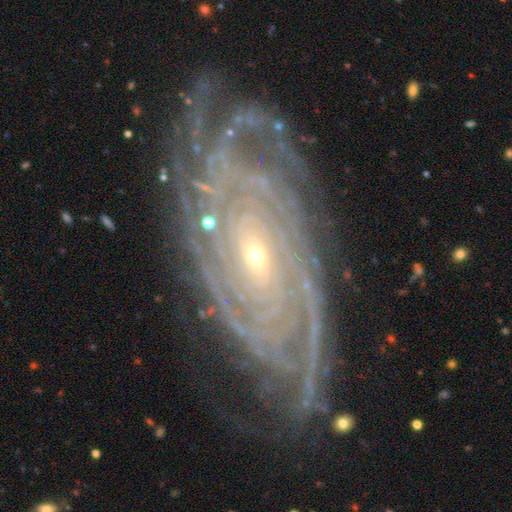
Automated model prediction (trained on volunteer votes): Q: Smooth or featured?
A: featured or disk (89%); runner-up: star or artifact (7%)
Q: Edge-on disk?
A: no (95%); runner-up: yes (5%)
Q: Bar?
A: no (71%); runner-up: weak (18%)
Q: Spiral arms?
A: yes (98%); runner-up: no (2%)
Q: Spiral winding?
A: tight (83%); runner-up: medium (14%)
Q: Spiral arm count?
A: can't tell (22%); tied with: more than 4 (22%)
Q: Bulge size?
A: small (81%); runner-up: moderate (16%)
Q: Merging?
A: none (72%); runner-up: minor disturbance (17%)